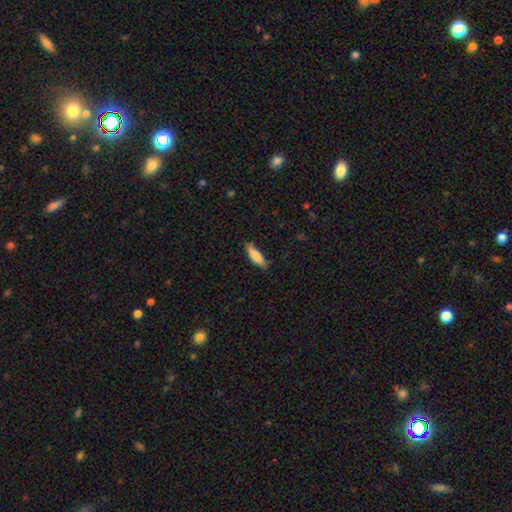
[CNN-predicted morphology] type=smooth (83%); roundness=cigar-shaped (55%); merging=none (79%).